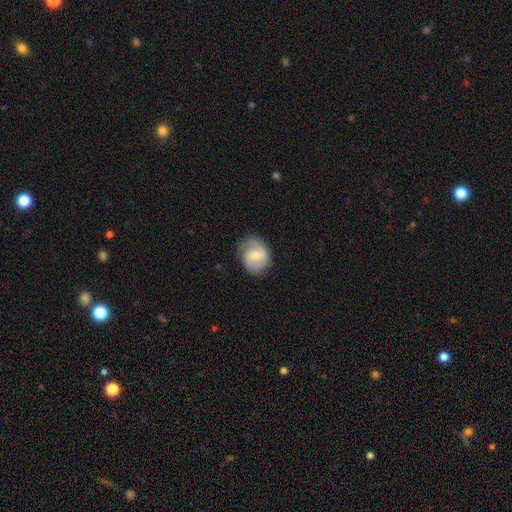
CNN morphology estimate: This is possibly a featured or disk galaxy (60%). It is clearly not viewed edge-on (97%). Bar: possibly weak (54%). Spiral arm pattern: clearly yes (85%). Central bulge: possibly moderate (57%). Merging: likely none (74%).